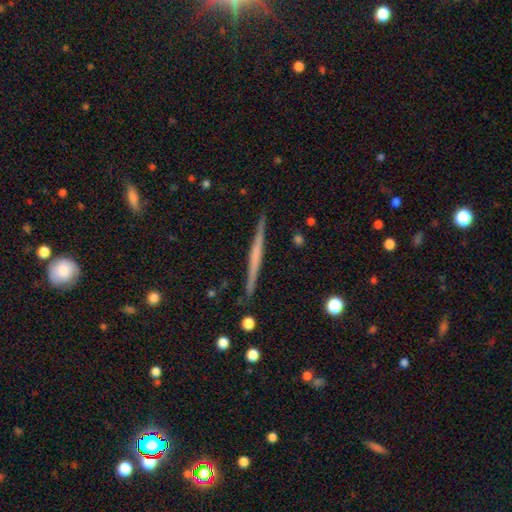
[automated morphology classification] The model was most divided on "smooth or featured": featured or disk: 62%, smooth: 32%, star or artifact: 6%. More confident: edge-on disk — yes (98%); merging — none (91%); edge-on bulge — none (72%).